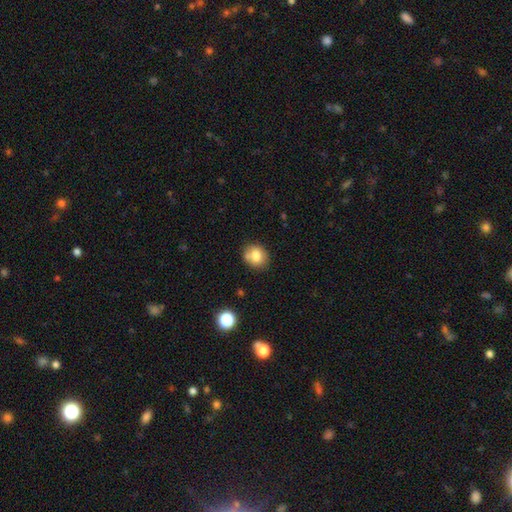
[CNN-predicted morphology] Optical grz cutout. It shows a smooth galaxy with no disk features (78%) that is round (66%). Merging: none (71%).